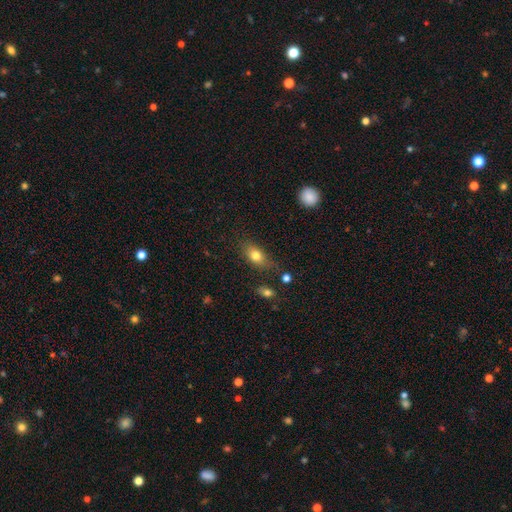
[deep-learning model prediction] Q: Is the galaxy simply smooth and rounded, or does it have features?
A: smooth — 77%.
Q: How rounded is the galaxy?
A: in between — 79%.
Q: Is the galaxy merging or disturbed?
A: none — 68%.